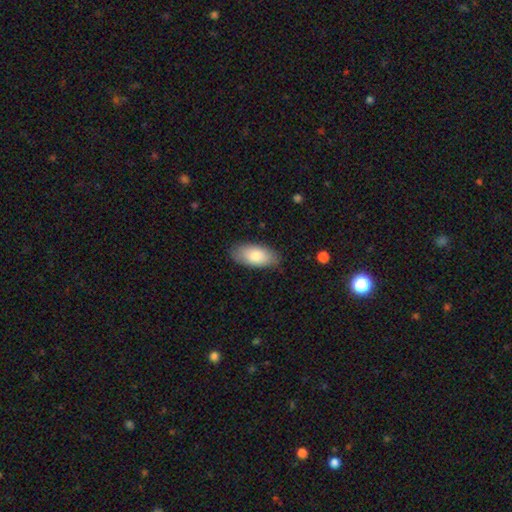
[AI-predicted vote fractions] Smooth or featured? smooth (83%)
How rounded? in between (92%)
Merging? none (82%)